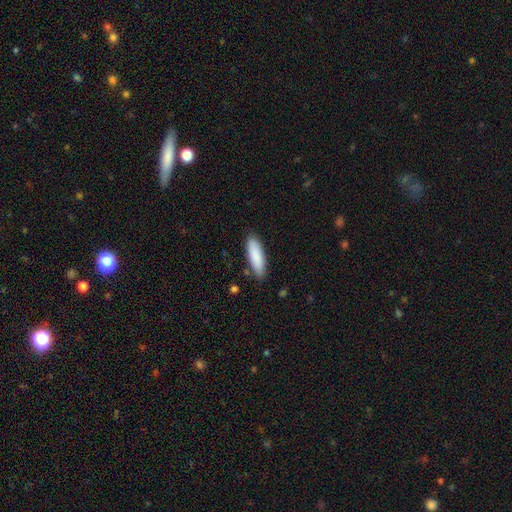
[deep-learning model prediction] Smooth or featured? smooth (87%)
How rounded? cigar-shaped (59%)
Merging? none (85%)